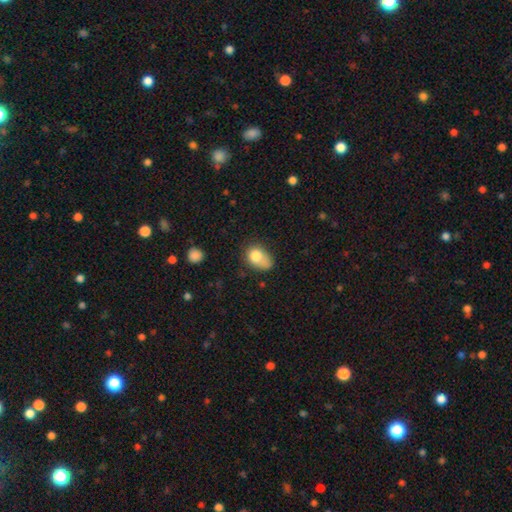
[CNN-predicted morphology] Smooth or featured? Predicted: smooth (p=0.78). How rounded? Predicted: in between (p=0.66). Merging? Predicted: minor disturbance (p=0.34).